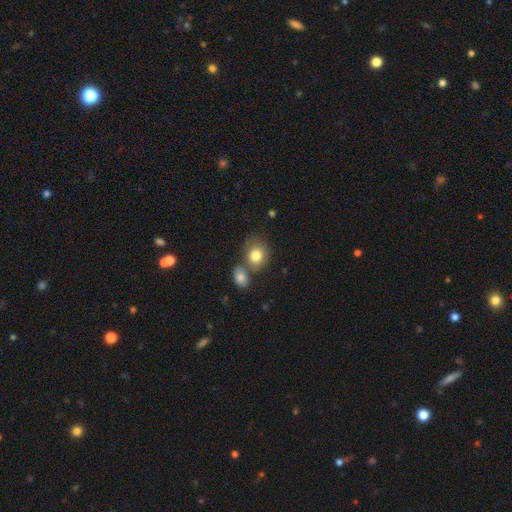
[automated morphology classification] Smooth or featured?
  - smooth: 81% *
  - featured or disk: 10%
  - star or artifact: 8%
How rounded?
  - round: 62% *
  - in between: 37%
  - cigar-shaped: 1%
Merging?
  - none: 50% *
  - merger: 31%
  - minor disturbance: 14%
  - major disturbance: 5%